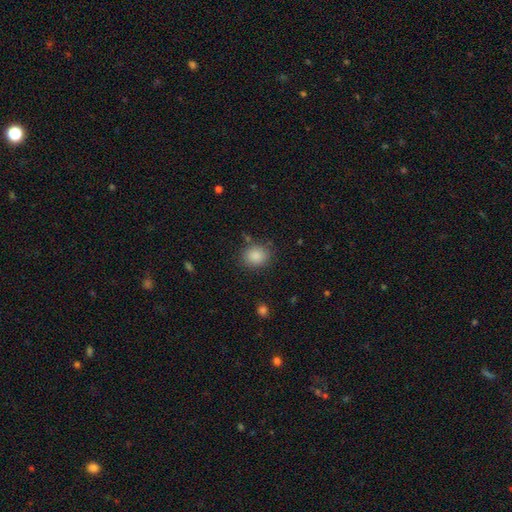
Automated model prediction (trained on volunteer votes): This appears to be a smooth galaxy with no disk features (87%) that is round (65%). Merging: none (81%).